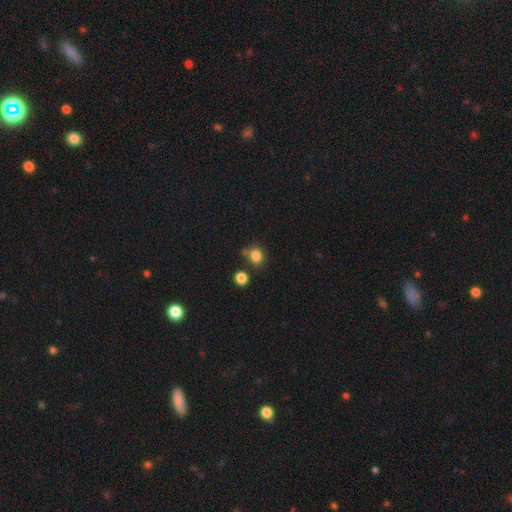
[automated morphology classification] Q: Smooth or featured?
A: smooth (83%); runner-up: star or artifact (12%)
Q: How rounded?
A: round (67%); runner-up: in between (32%)
Q: Merging?
A: none (69%); runner-up: merger (14%)